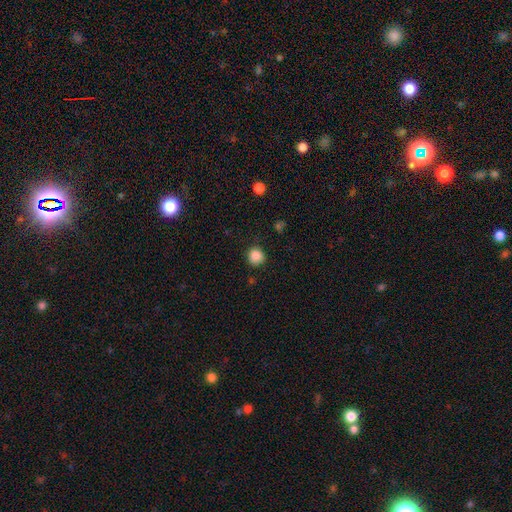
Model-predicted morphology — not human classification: This is clearly a smooth galaxy (86%). How rounded: clearly round (90%). Merging: clearly none (85%).